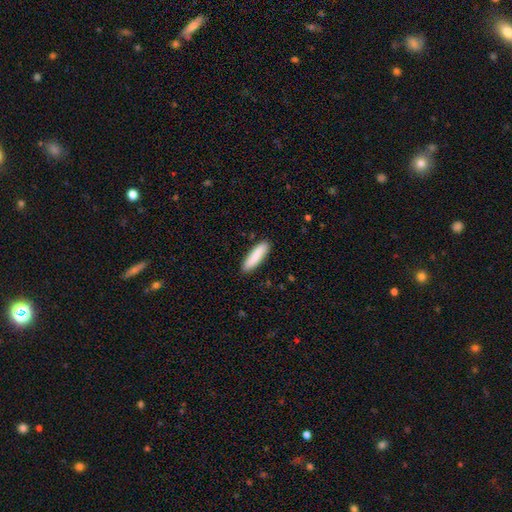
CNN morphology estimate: smooth 86%, featured or disk 8%, star or artifact 5%. Down the decision tree: how rounded — cigar-shaped (71%); merging — none (89%).